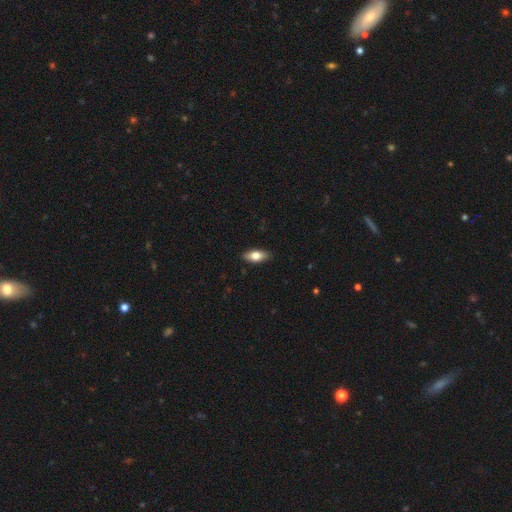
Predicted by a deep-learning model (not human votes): This appears to be a smooth galaxy with no disk features (75%) that is in between round and cigar-shaped (84%). Merging: none (88%).